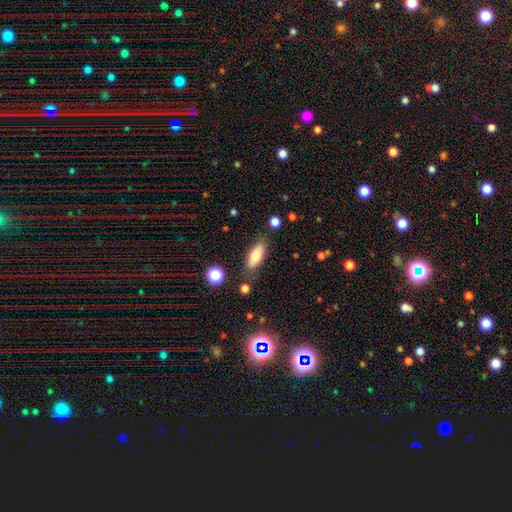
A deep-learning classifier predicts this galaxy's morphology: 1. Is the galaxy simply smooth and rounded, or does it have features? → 72% smooth, 20% featured or disk, 8% star or artifact.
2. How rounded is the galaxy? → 71% in between, 26% cigar-shaped, 3% round.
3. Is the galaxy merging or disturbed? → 78% none, 14% minor disturbance, 4% merger, 4% major disturbance.